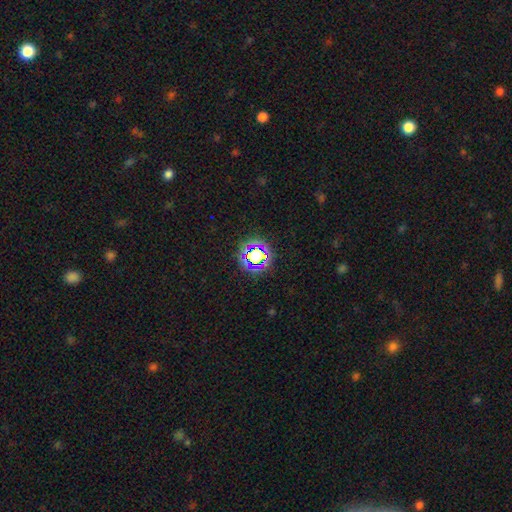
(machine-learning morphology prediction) A star or artifact, not a galaxy (62%).